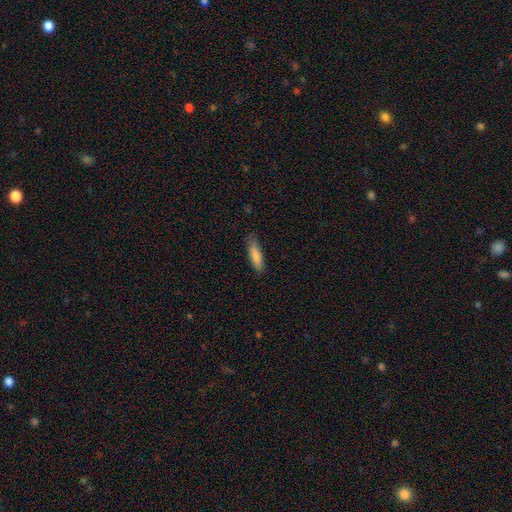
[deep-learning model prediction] The model was most divided on "how rounded": cigar-shaped: 57%, in between: 41%, round: 2%. More confident: smooth or featured — smooth (82%); merging — none (80%).